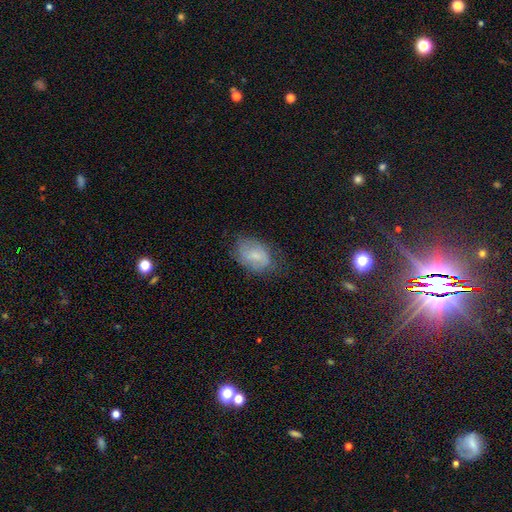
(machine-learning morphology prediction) The model was most divided on "smooth or featured": smooth: 60%, featured or disk: 31%, star or artifact: 9%. More confident: how rounded — in between (84%); merging — none (60%).